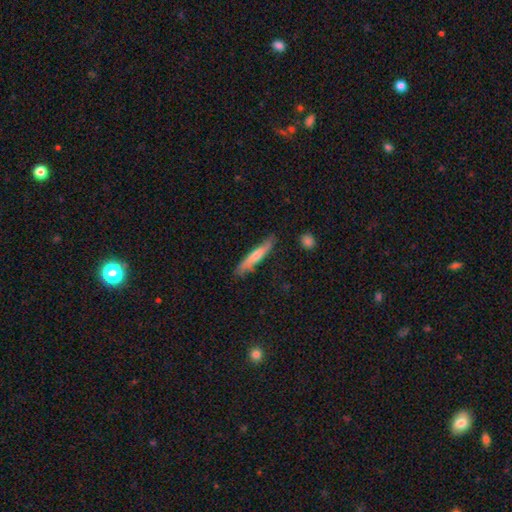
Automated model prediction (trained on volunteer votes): smooth-or-featured: smooth: 48% | featured or disk: 45% | star or artifact: 7%
  merging: none: 82% | minor disturbance: 14% | major disturbance: 2% | merger: 1%